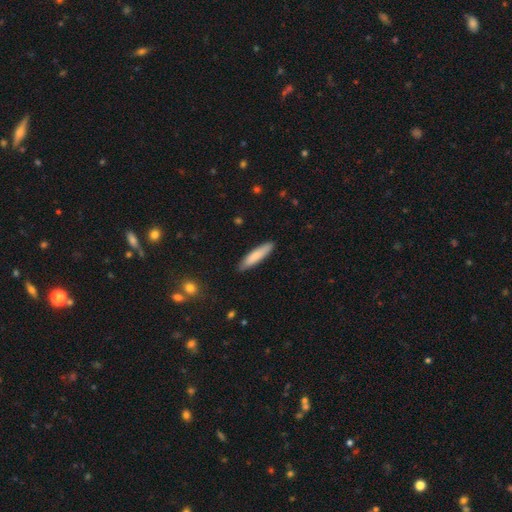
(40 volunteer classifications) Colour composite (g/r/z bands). It shows a smooth galaxy with no disk features (82%) that is cigar-shaped (94%). Merging: none (95%).